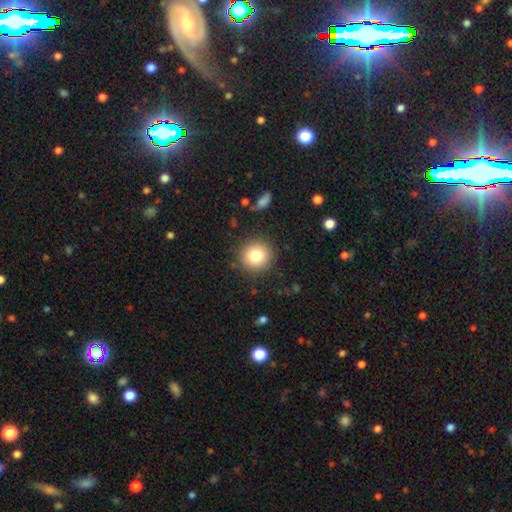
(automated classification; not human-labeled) Smooth or featured? Predicted: smooth (p=0.80). How rounded? Predicted: round (p=0.92). Merging? Predicted: none (p=0.88).